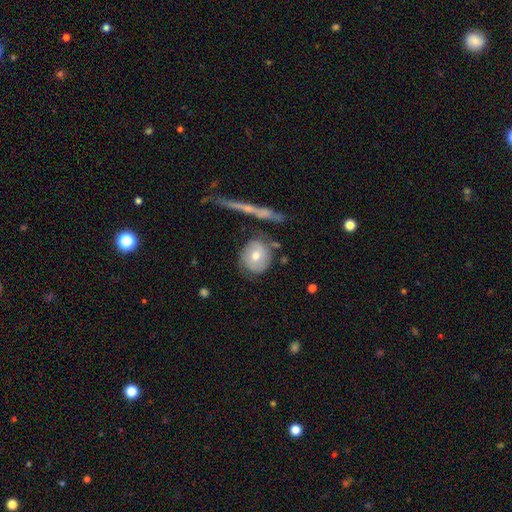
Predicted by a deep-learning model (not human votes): smooth 57%, featured or disk 36%, star or artifact 7%. Down the decision tree: how rounded — round (67%); merging — none (69%).